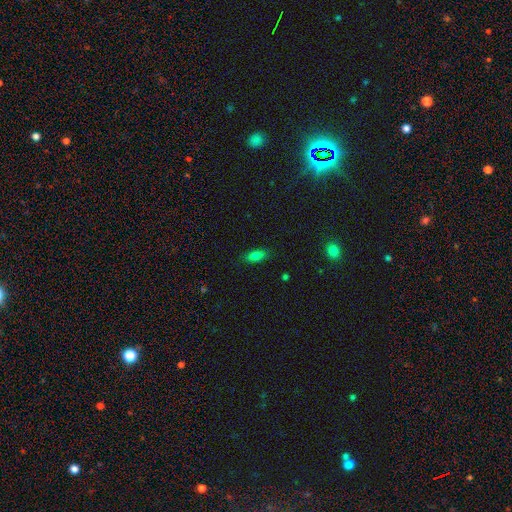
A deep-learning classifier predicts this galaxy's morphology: Smooth or featured: smooth — 76% (star or artifact — 13%)
How rounded: in between — 81% (cigar-shaped — 15%)
Merging: none — 84% (minor disturbance — 12%)